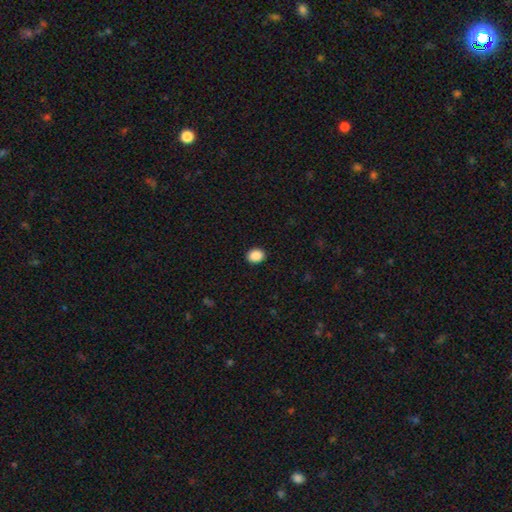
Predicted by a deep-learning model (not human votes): Smooth or featured? smooth (89%)
How rounded? round (50%)
Merging? none (91%)